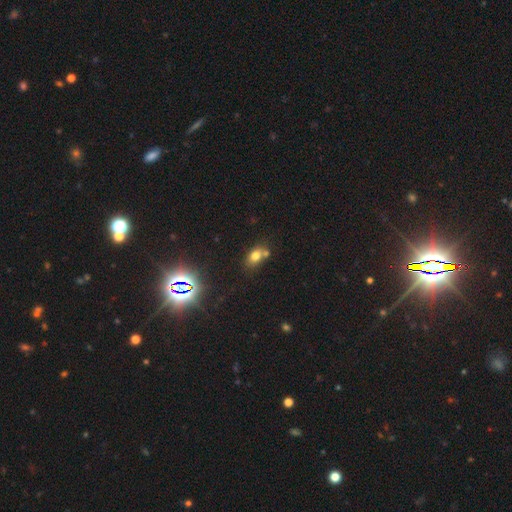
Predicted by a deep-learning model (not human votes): smooth-or-featured: smooth: 72% | star or artifact: 15% | featured or disk: 13%
  how-rounded: in between: 75% | round: 23% | cigar-shaped: 2%
  merging: none: 50% | merger: 31% | minor disturbance: 14% | major disturbance: 5%